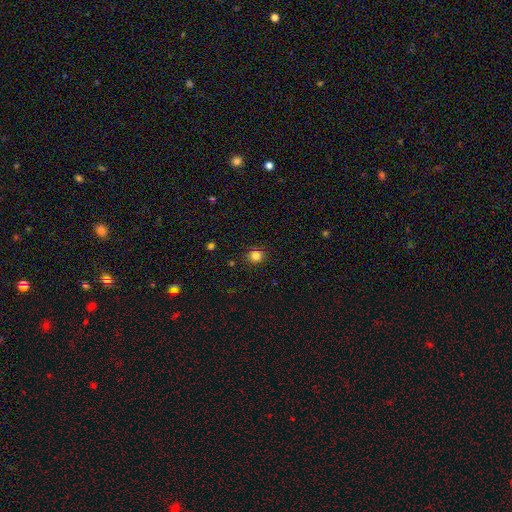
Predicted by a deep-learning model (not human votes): Morphology: type=smooth (83%); roundness=round (83%); merging=none (89%).